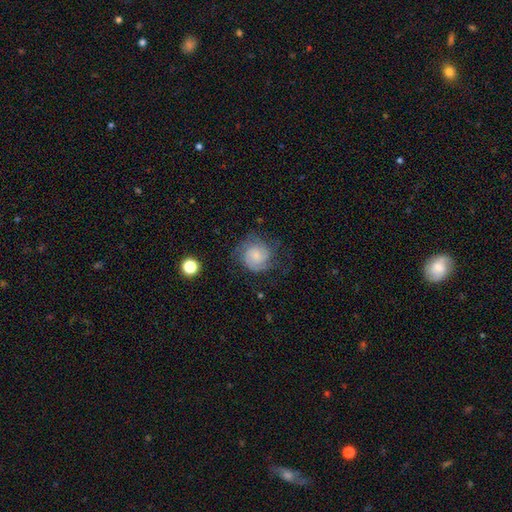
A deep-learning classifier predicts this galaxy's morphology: Overall: featured or disk (62%; smooth 30%). Edge-on disk: no (98%). Bar: no (70%). Spiral arms: yes (91%). Spiral arm count: 2 (47%; can't tell 26%). Spiral winding: tight (54%; medium 35%). Bulge size: small (56%; moderate 24%). Merging: none (61%; minor disturbance 22%).